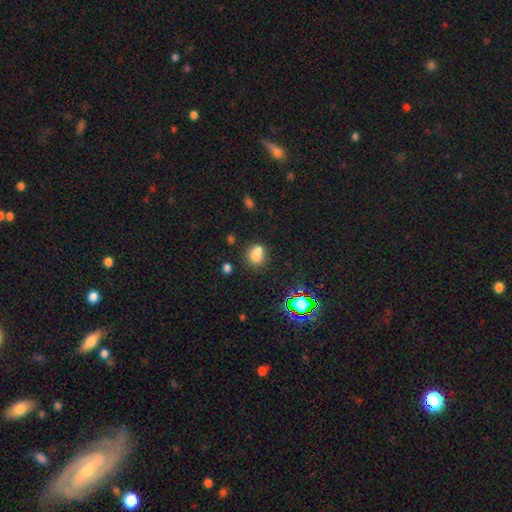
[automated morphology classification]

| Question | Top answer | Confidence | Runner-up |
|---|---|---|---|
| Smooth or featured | smooth | 68% | featured or disk (16%) |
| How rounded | round | 61% | in between (37%) |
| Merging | merger | 48% | none (37%) |